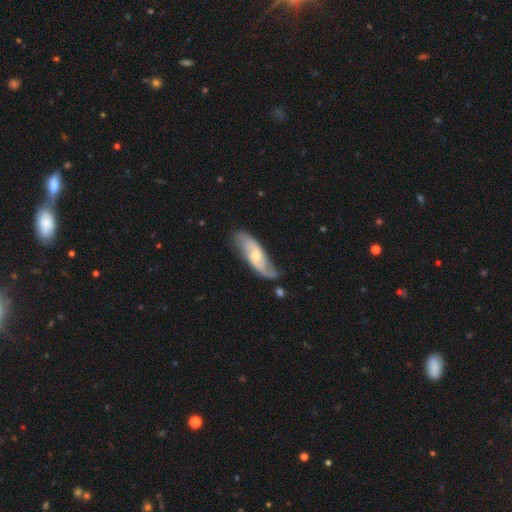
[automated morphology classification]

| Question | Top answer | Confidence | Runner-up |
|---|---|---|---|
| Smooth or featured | featured or disk | 69% | smooth (26%) |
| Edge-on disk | no | 85% | yes (15%) |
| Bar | no | 48% | weak (41%) |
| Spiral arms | yes | 88% | no (12%) |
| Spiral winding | loose | 46% | medium (36%) |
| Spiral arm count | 2 | 80% | can't tell (13%) |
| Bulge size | small | 50% | moderate (45%) |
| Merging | none | 65% | minor disturbance (24%) |